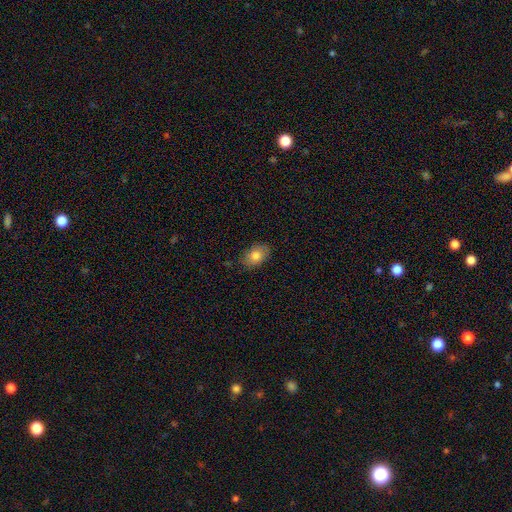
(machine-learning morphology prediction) smooth_or_featured: smooth (p=0.80) [alt: featured or disk p=0.12]
how_rounded: in between (p=0.86) [alt: round p=0.12]
merging: none (p=0.82) [alt: minor disturbance p=0.14]